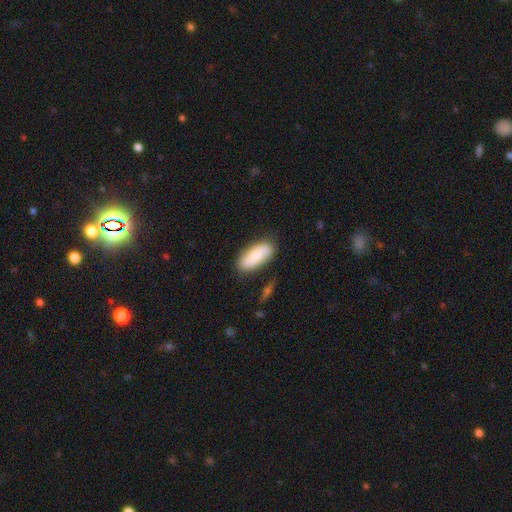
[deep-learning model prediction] A smooth galaxy with no disk features (74%) that is in between round and cigar-shaped (83%). Merging: none (79%).